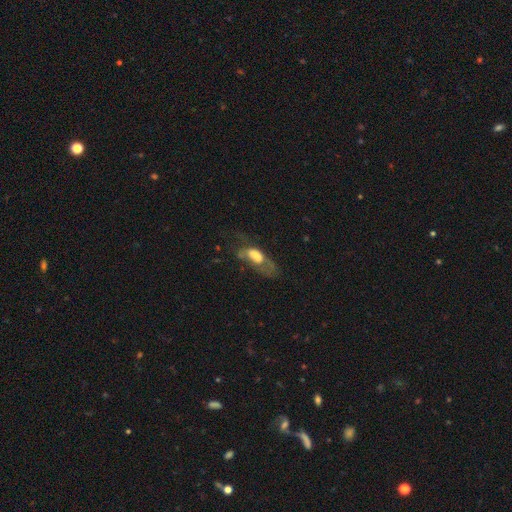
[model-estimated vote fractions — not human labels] This is possibly a smooth galaxy (49%). Merging: possibly major disturbance (50%).